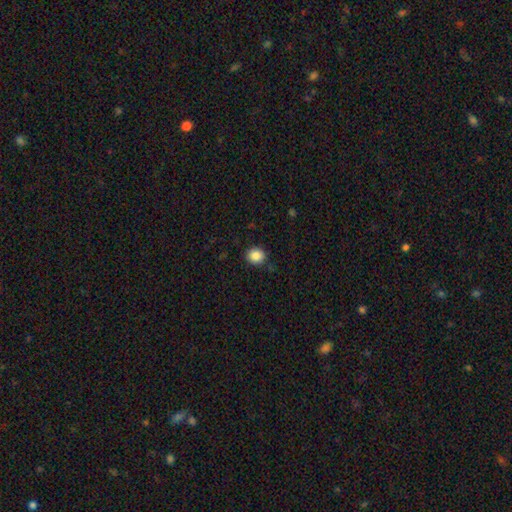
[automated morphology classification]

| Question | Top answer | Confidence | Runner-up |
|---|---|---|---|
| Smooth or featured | smooth | 87% | star or artifact (10%) |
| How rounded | round | 78% | in between (21%) |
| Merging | none | 86% | minor disturbance (11%) |